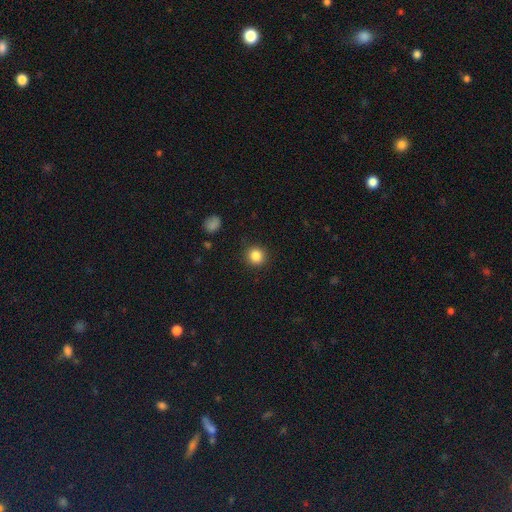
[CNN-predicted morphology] smooth-or-featured: smooth: 86% | star or artifact: 10% | featured or disk: 4%
  how-rounded: round: 90% | in between: 9% | cigar-shaped: 1%
  merging: none: 90% | minor disturbance: 7% | major disturbance: 2% | merger: 1%